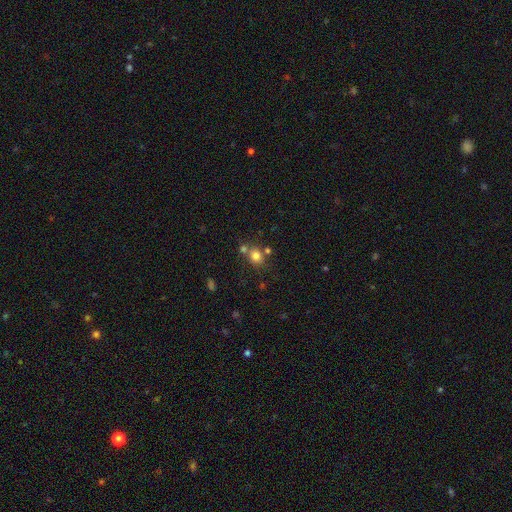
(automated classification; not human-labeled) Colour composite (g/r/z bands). It shows a smooth galaxy with no disk features (78%) that is round (75%). Merging: none (61%).